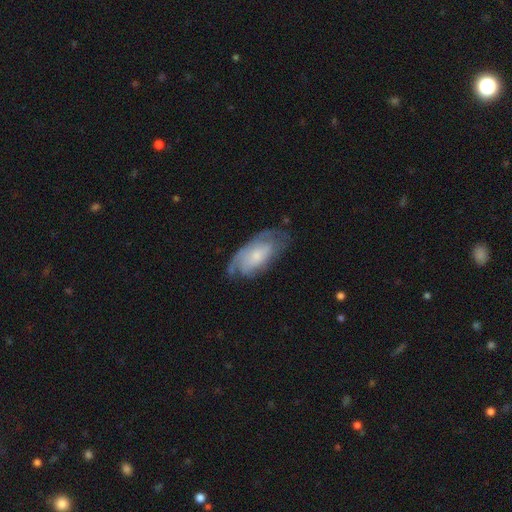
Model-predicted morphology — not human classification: Smooth or featured? featured or disk (59%)
Edge-on disk? no (91%)
Bar? no (75%)
Spiral arms? yes (76%)
Bulge size? small (60%)
Merging? none (56%)